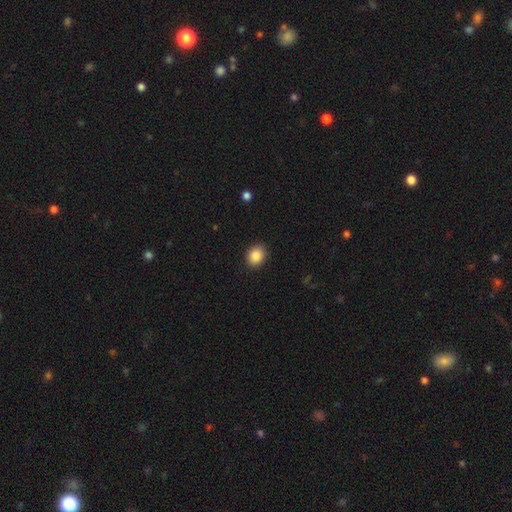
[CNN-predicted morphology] The model was most divided on "how rounded": round: 50%, in between: 49%, cigar-shaped: 1%. More confident: merging — none (90%); smooth or featured — smooth (87%).